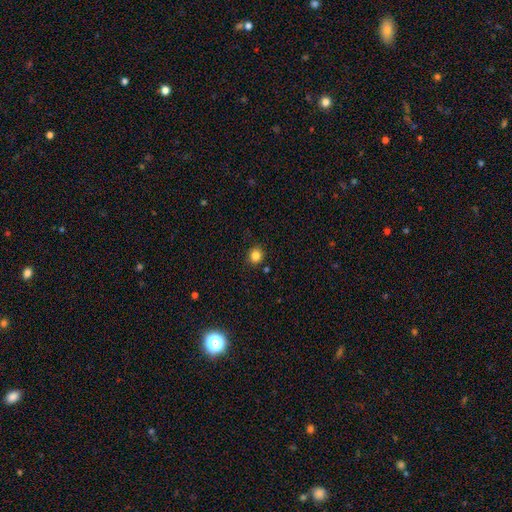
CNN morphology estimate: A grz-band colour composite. It shows a smooth galaxy with no disk features (83%) that is round (85%). Merging: none (89%).